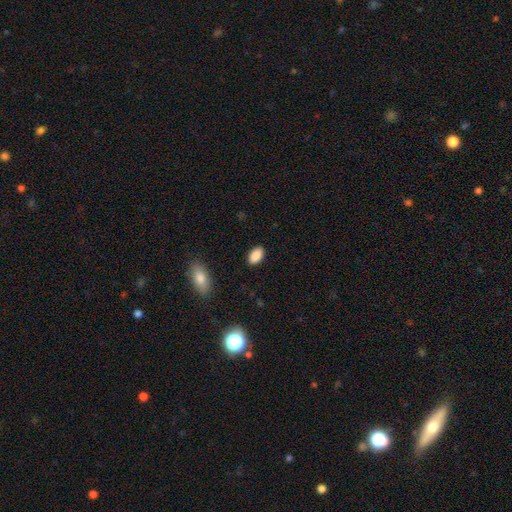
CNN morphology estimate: Smooth or featured?
  - smooth: 88% *
  - star or artifact: 8%
  - featured or disk: 4%
How rounded?
  - in between: 93% *
  - round: 5%
  - cigar-shaped: 2%
Merging?
  - none: 88% *
  - minor disturbance: 9%
  - major disturbance: 2%
  - merger: 1%